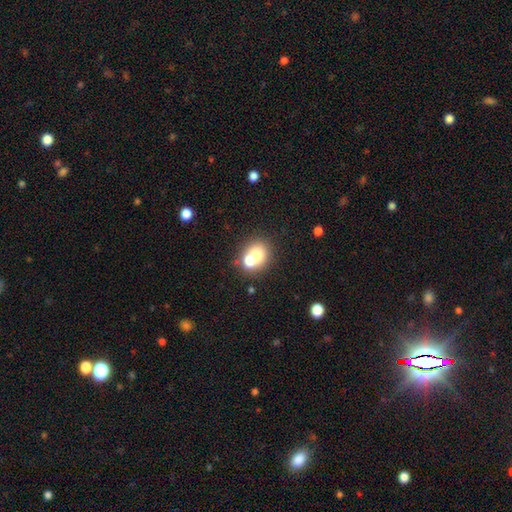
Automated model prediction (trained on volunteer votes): Overall: smooth (69%). How rounded: round (65%; in between 34%). Merging: merger (52%; none 37%).